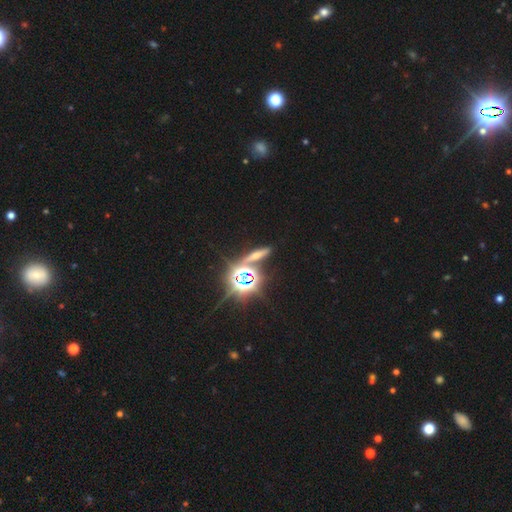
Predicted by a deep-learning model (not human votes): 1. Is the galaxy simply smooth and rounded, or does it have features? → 49% star or artifact, 30% smooth, 21% featured or disk.